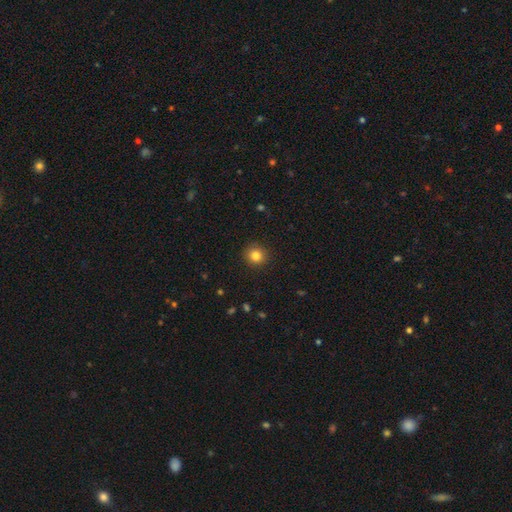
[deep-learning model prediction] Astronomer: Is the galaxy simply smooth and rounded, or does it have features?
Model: smooth — 83%.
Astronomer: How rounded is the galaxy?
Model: round — 92%.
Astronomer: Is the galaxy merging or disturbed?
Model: none — 91%.